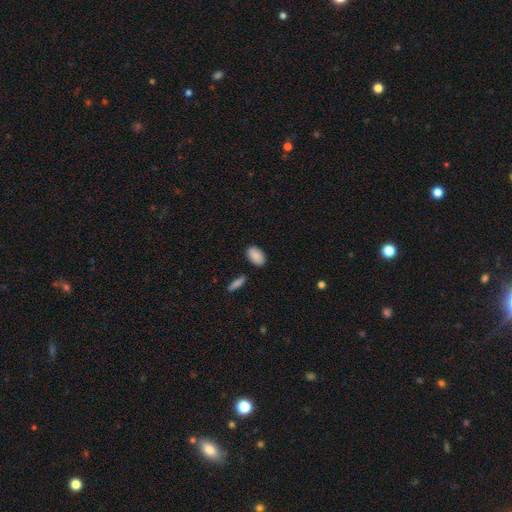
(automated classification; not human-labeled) Smooth or featured?
  - smooth: 89% *
  - star or artifact: 6%
  - featured or disk: 4%
How rounded?
  - in between: 92% *
  - round: 6%
  - cigar-shaped: 2%
Merging?
  - none: 85% *
  - minor disturbance: 10%
  - merger: 3%
  - major disturbance: 2%